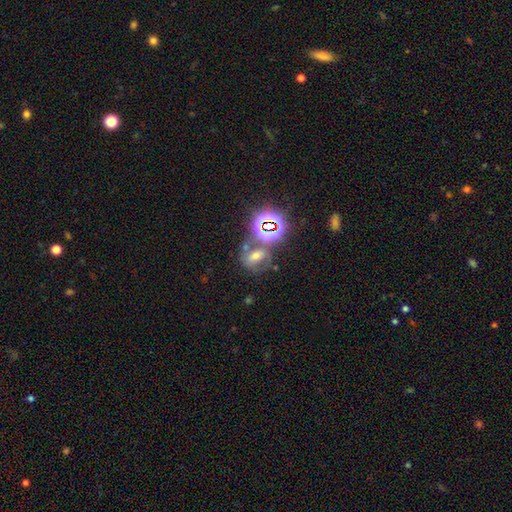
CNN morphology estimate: This is marginally a star or artifact rather than a galaxy (38%).